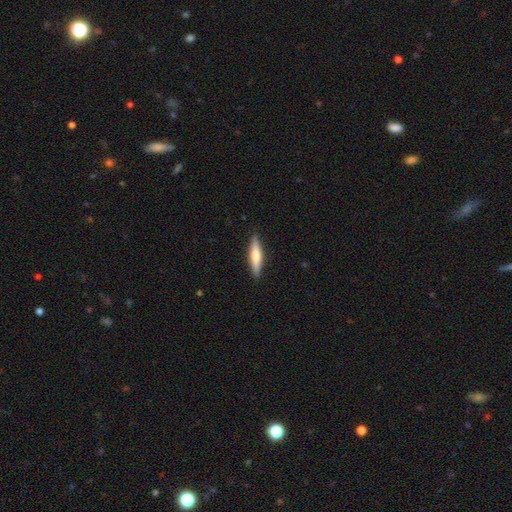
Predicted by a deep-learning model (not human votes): Smooth or featured? smooth (55%)
How rounded? cigar-shaped (82%)
Merging? none (90%)